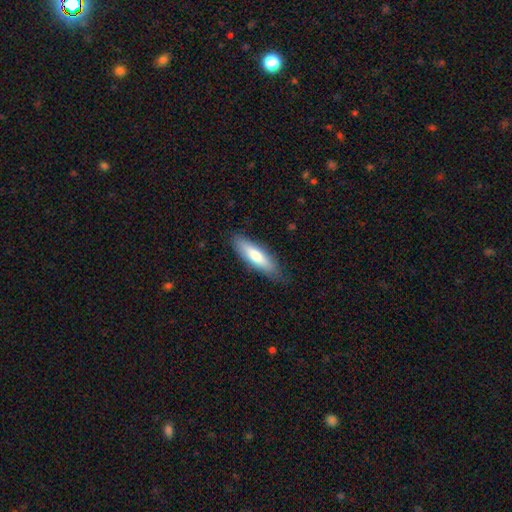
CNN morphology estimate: smooth-or-featured: smooth: 71% | featured or disk: 23% | star or artifact: 6%
  how-rounded: cigar-shaped: 58% | in between: 40% | round: 2%
  merging: none: 83% | minor disturbance: 13% | major disturbance: 3% | merger: 1%